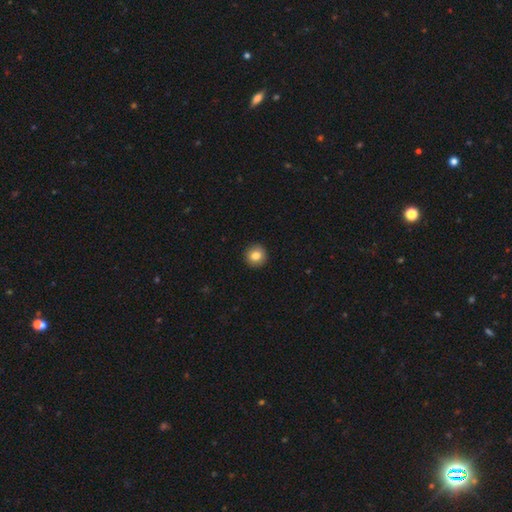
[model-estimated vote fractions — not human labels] smooth-or-featured: smooth: 81% | star or artifact: 9% | featured or disk: 9%
  how-rounded: round: 95% | in between: 4% | cigar-shaped: 1%
  merging: none: 93% | minor disturbance: 4% | major disturbance: 1% | merger: 1%